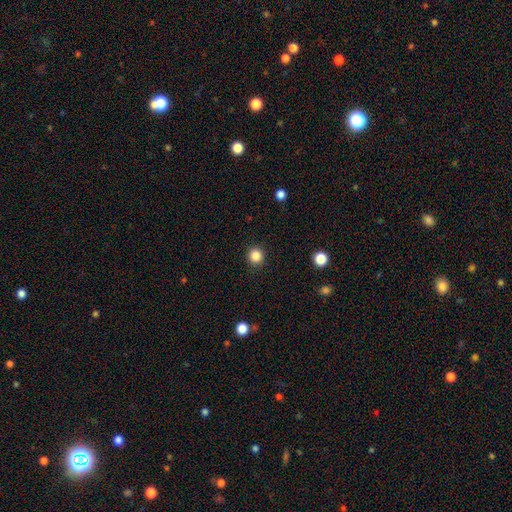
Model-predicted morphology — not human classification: Q: Smooth or featured?
A: smooth (86%); runner-up: star or artifact (11%)
Q: How rounded?
A: round (93%); runner-up: in between (6%)
Q: Merging?
A: none (92%); runner-up: minor disturbance (5%)